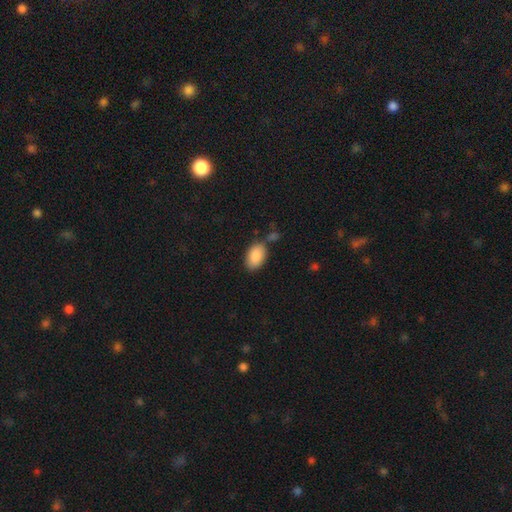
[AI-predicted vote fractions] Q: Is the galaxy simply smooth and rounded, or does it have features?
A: smooth — 89%.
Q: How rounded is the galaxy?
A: in between — 93%.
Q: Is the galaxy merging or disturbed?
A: none — 73%.